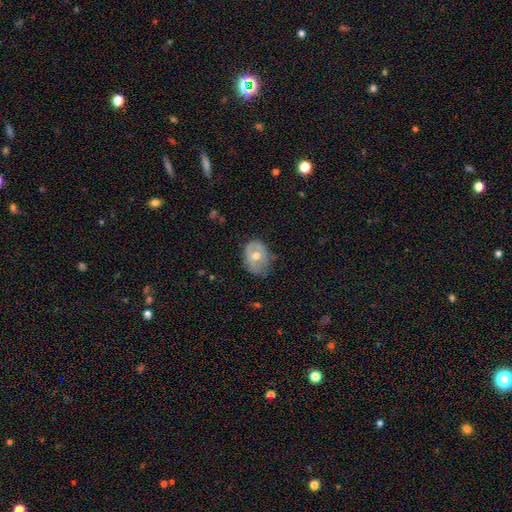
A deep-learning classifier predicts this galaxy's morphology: A smooth galaxy with no disk features (48%). Merging: none (57%).